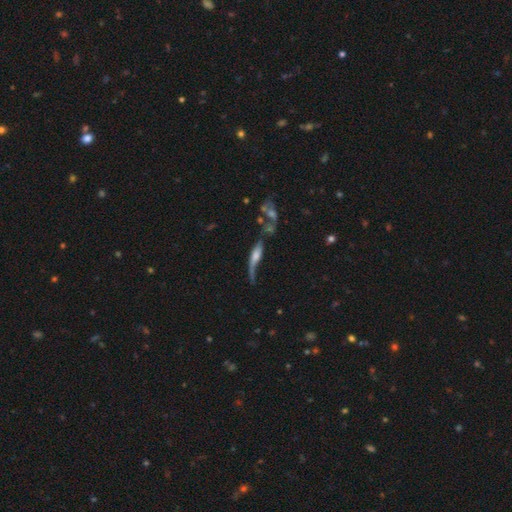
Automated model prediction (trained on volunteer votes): Overall: featured or disk (58%; smooth 33%). Edge-on disk: yes (52%; no 48%). Merging: major disturbance (29%; none 28%).